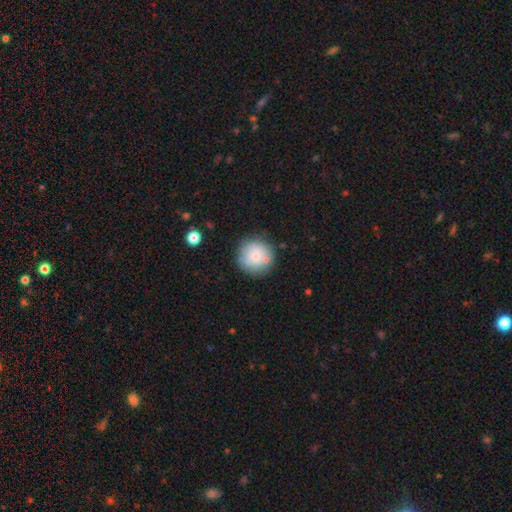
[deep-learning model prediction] smooth_or_featured: smooth (p=0.76) [alt: featured or disk p=0.15]
how_rounded: round (p=0.95) [alt: in between p=0.04]
merging: none (p=0.78) [alt: minor disturbance p=0.12]